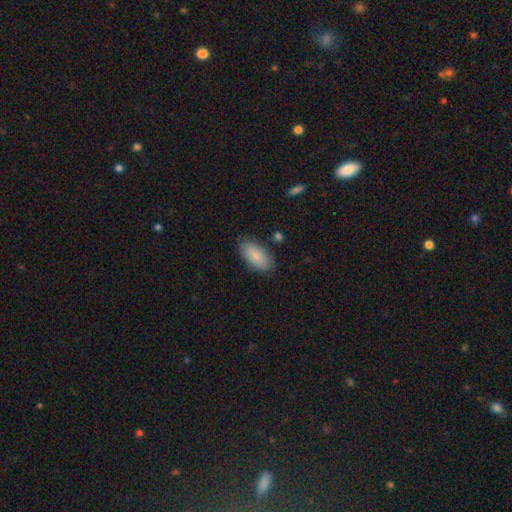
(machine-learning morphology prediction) Smooth or featured? smooth (86%)
How rounded? in between (90%)
Merging? none (83%)